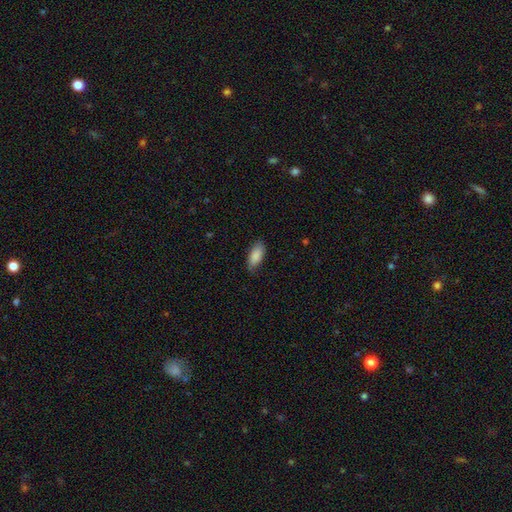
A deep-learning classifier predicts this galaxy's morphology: Q: Smooth or featured?
A: smooth (87%); runner-up: featured or disk (7%)
Q: How rounded?
A: in between (89%); runner-up: cigar-shaped (9%)
Q: Merging?
A: none (78%); runner-up: minor disturbance (18%)